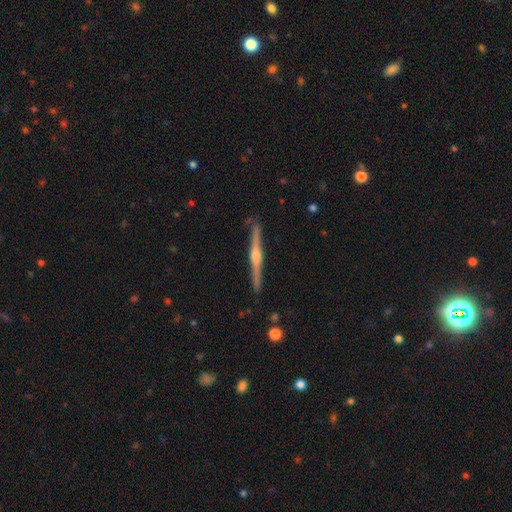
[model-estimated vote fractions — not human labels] A featured or disk galaxy (82%) viewed edge-on (99%) with a rounded central bulge (91%).

Vote fractions:
- Smooth or featured? featured or disk: 82% / smooth: 13% / star or artifact: 5%
- Edge-on disk? yes: 99% / no: 1%
- Edge-on bulge? rounded: 91% / none: 4% / boxy: 4%
- Merging? none: 89% / minor disturbance: 8% / merger: 1% / major disturbance: 1%